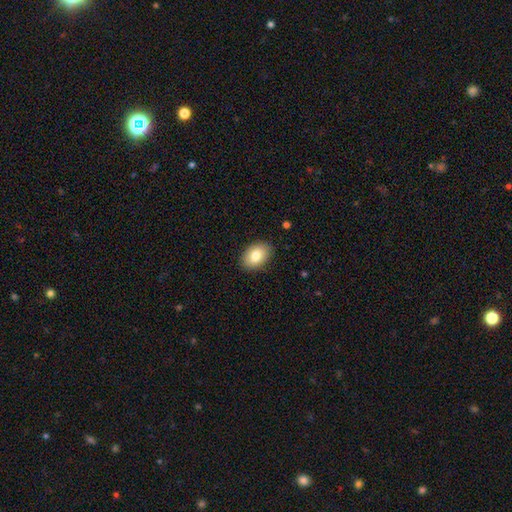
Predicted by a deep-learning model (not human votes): A smooth galaxy with no disk features (82%) that is in between round and cigar-shaped (83%). Merging: none (87%).